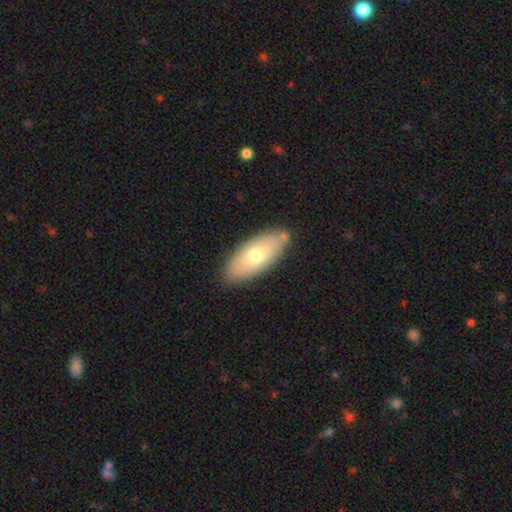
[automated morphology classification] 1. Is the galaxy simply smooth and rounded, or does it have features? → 64% smooth, 30% featured or disk, 6% star or artifact.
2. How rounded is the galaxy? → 82% in between, 16% cigar-shaped, 2% round.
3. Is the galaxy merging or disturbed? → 80% none, 13% minor disturbance, 4% merger, 3% major disturbance.